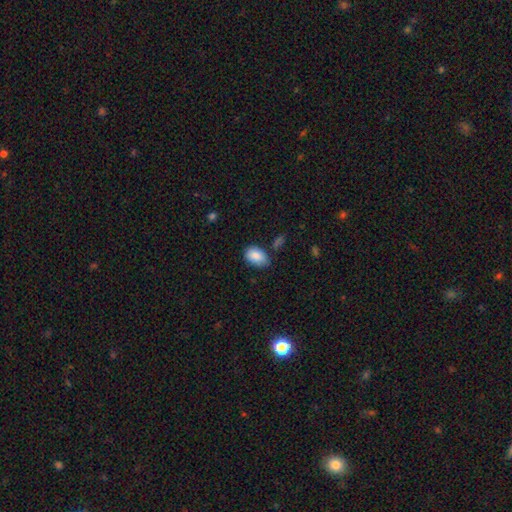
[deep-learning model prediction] A smooth galaxy with no disk features (87%) that is in between round and cigar-shaped (88%). Merging: none (69%).